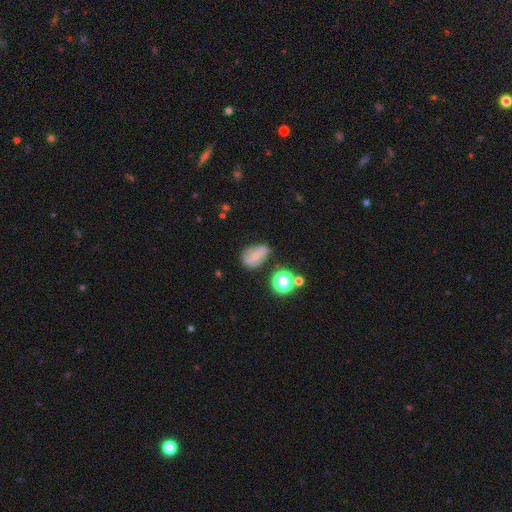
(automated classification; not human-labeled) smooth_or_featured: featured or disk (p=0.45) [alt: smooth p=0.41]
merging: none (p=0.52) [alt: minor disturbance p=0.27]